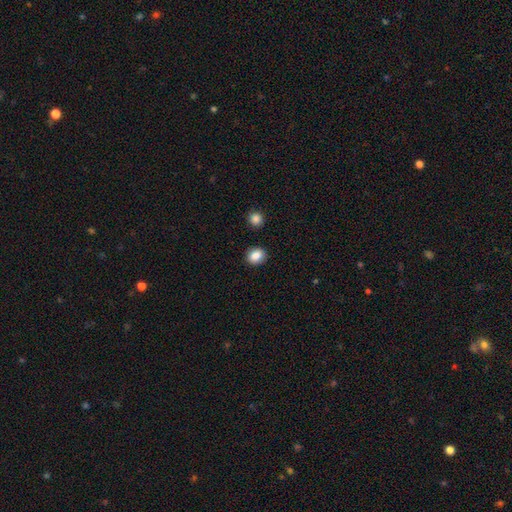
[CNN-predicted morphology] A smooth galaxy with no disk features (86%) that is round (59%).

Vote fractions:
- Smooth or featured? smooth: 86% / star or artifact: 9% / featured or disk: 5%
- How rounded? round: 59% / in between: 40% / cigar-shaped: 1%
- Merging? none: 90% / minor disturbance: 6% / merger: 2% / major disturbance: 2%